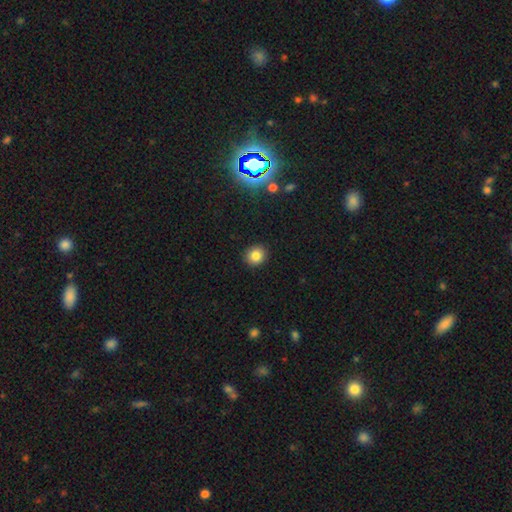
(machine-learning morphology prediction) Smooth or featured: smooth — 82% (star or artifact — 11%)
How rounded: round — 83% (in between — 16%)
Merging: none — 91% (minor disturbance — 6%)